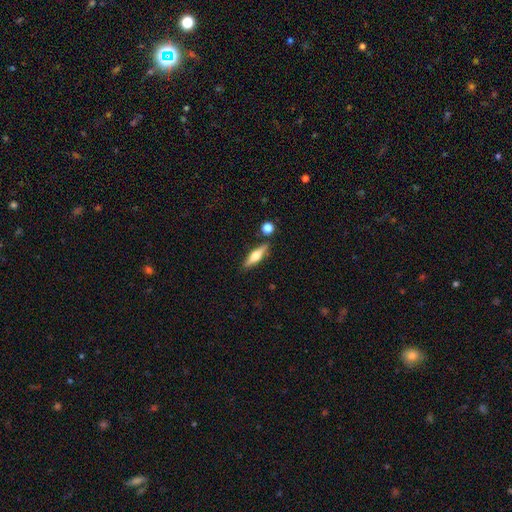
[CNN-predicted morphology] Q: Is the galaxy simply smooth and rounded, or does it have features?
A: featured or disk — 53%.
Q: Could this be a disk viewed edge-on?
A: yes — 94%.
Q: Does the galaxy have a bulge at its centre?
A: rounded — 93%.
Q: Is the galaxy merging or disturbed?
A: none — 82%.